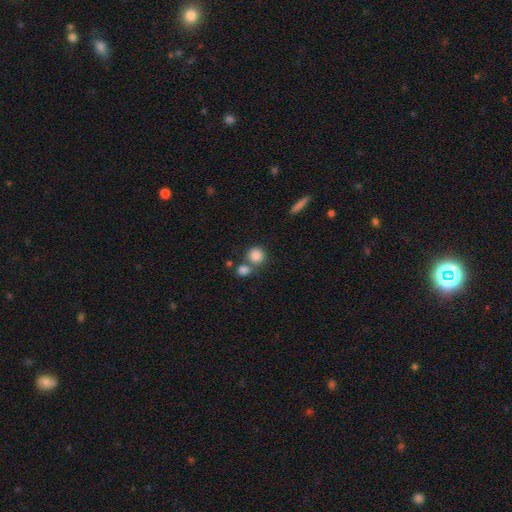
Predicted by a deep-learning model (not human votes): Smooth or featured: smooth — 85% (star or artifact — 9%)
How rounded: round — 88% (in between — 11%)
Merging: none — 55% (merger — 33%)